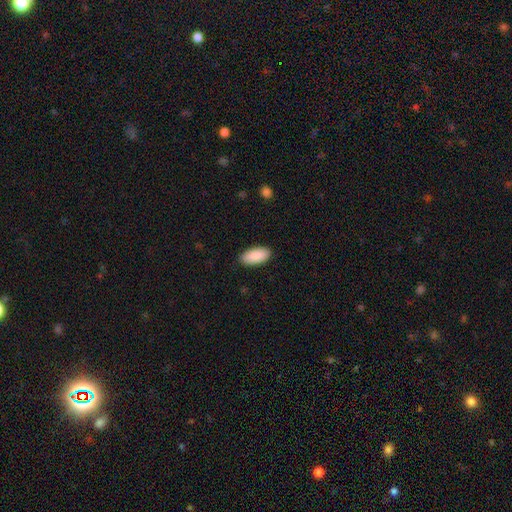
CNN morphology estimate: Smooth or featured?
  - smooth: 90% *
  - star or artifact: 6%
  - featured or disk: 4%
How rounded?
  - in between: 93% *
  - cigar-shaped: 5%
  - round: 2%
Merging?
  - none: 89% *
  - minor disturbance: 8%
  - major disturbance: 2%
  - merger: 1%